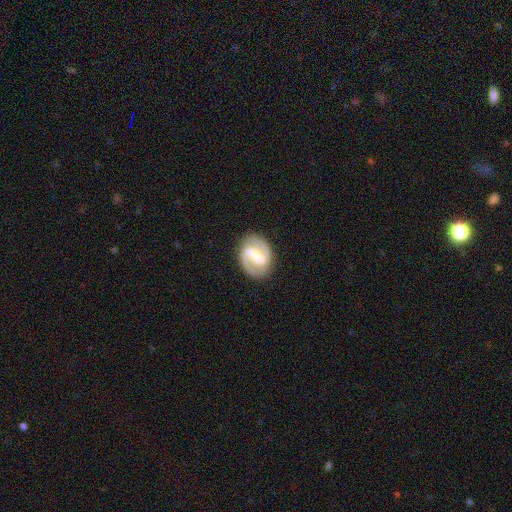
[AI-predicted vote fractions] Overall: featured or disk (88%). Edge-on disk: no (98%). Bar: strong (55%; weak 35%). Spiral arms: yes (96%). Spiral arm count: 2 (93%). Spiral winding: medium (53%; tight 28%). Bulge size: moderate (47%; small 39%). Merging: none (86%).